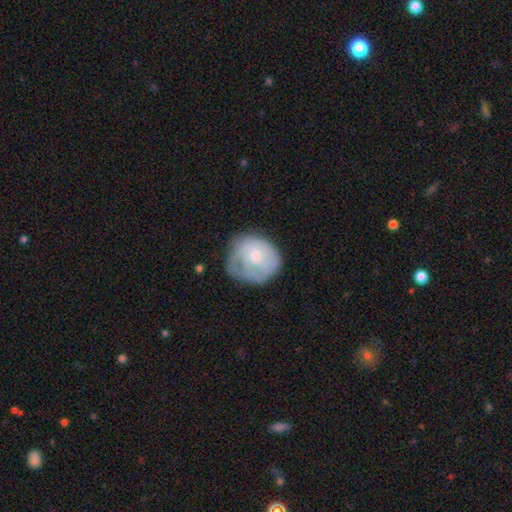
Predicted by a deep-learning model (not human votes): Smooth or featured: smooth — 48% (featured or disk — 46%)
Merging: none — 56% (minor disturbance — 27%)